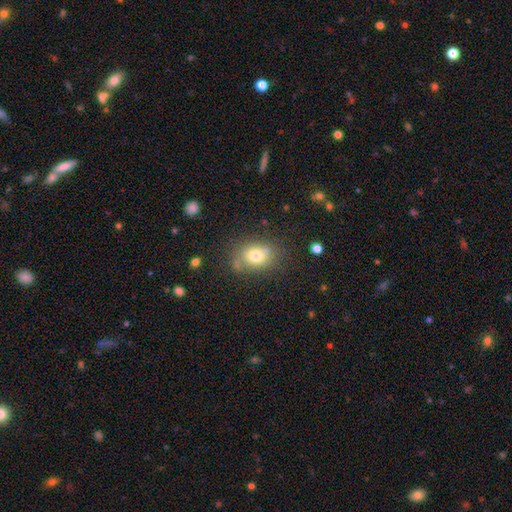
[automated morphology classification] The model was most divided on "how rounded": in between: 59%, round: 40%, cigar-shaped: 1%. More confident: smooth or featured — smooth (74%); merging — none (69%).